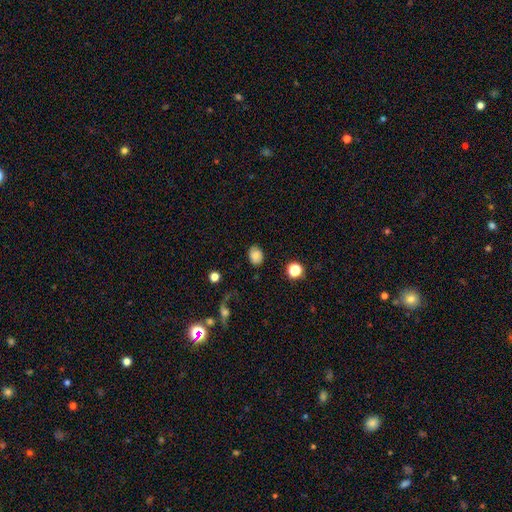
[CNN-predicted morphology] A smooth galaxy with no disk features (74%) that is in between round and cigar-shaped (58%). Merging: none (80%).